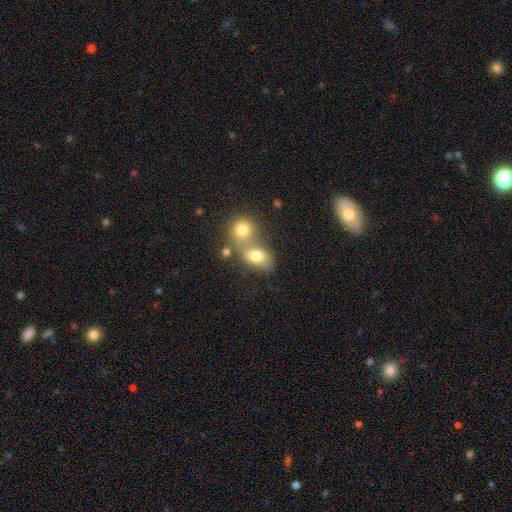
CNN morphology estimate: smooth_or_featured: smooth (p=0.76) [alt: featured or disk p=0.14]
how_rounded: in between (p=0.66) [alt: round p=0.32]
merging: merger (p=0.56) [alt: none p=0.30]